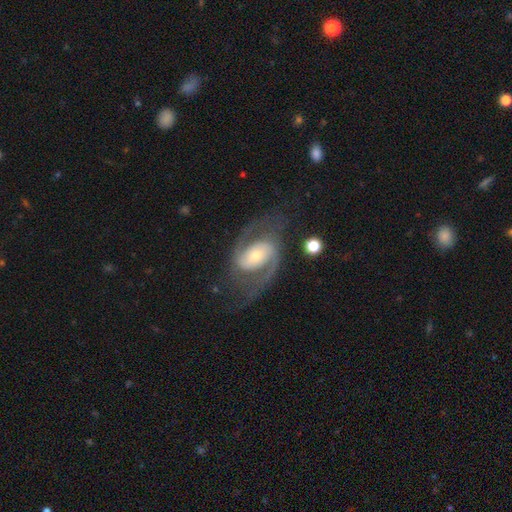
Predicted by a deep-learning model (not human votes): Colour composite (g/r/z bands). It shows a featured or disk galaxy (88%) with no bar (39%), 2 (92%) medium (54%) spiral arms (96%) and a moderate central bulge (50%). Merging: none (70%).